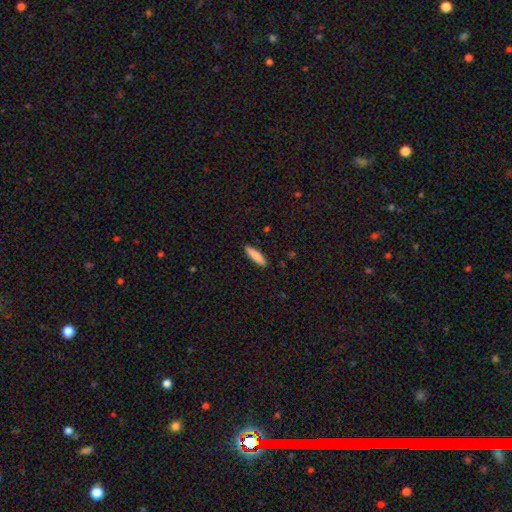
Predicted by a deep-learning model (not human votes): Smooth or featured: smooth — 86% (featured or disk — 8%)
How rounded: cigar-shaped — 72% (in between — 26%)
Merging: none — 90% (minor disturbance — 7%)